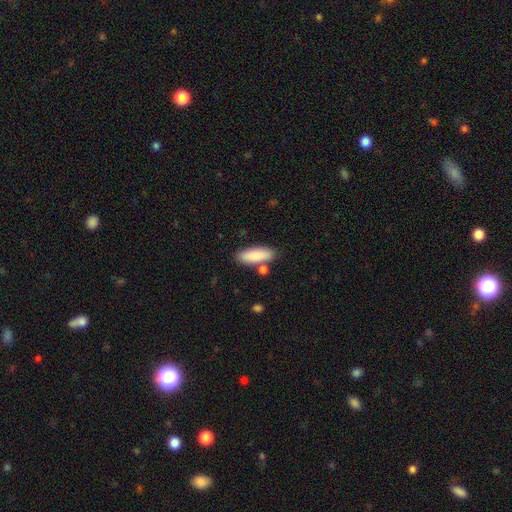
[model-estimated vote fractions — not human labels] Overall: smooth (86%). How rounded: in between (59%; cigar-shaped 39%). Merging: none (77%).